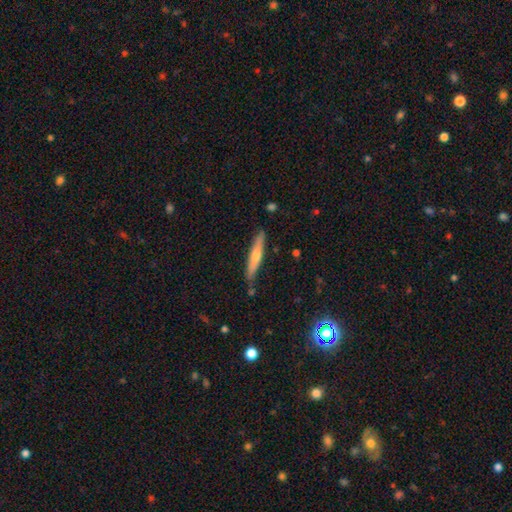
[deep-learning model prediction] smooth_or_featured: featured or disk (p=0.53) [alt: smooth p=0.38]
disk_edge_on: yes (p=0.93) [alt: no p=0.07]
merging: none (p=0.84) [alt: minor disturbance p=0.12]